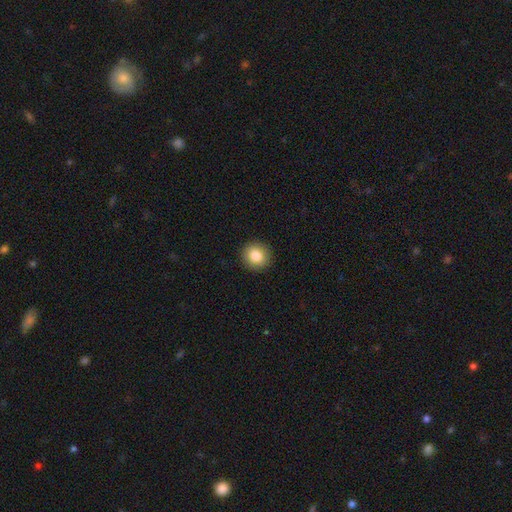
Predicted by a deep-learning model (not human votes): Morphology: type=smooth (85%); roundness=round (88%); merging=none (92%).